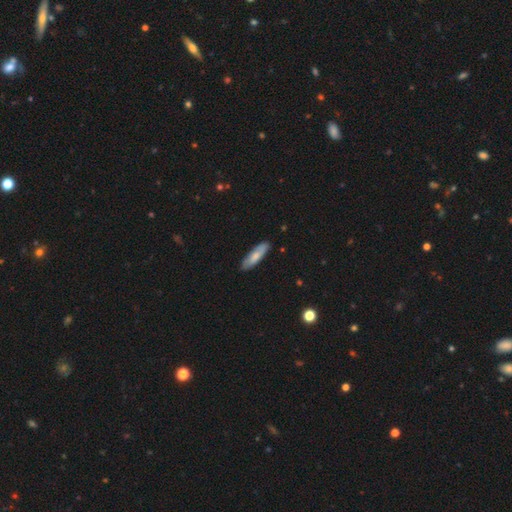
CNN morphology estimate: smooth 72%, featured or disk 23%, star or artifact 5%. Down the decision tree: how rounded — cigar-shaped (59%); merging — none (86%).